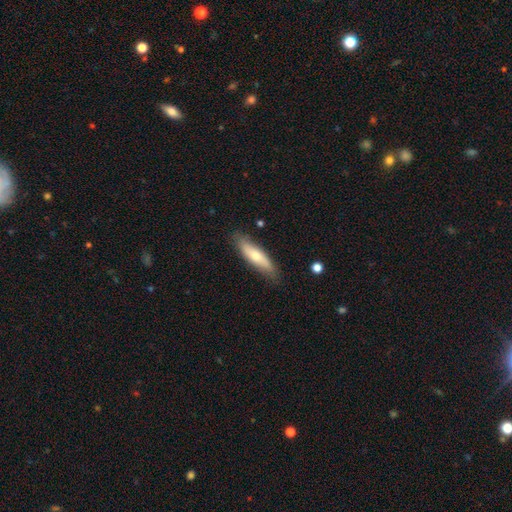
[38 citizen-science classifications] A smooth galaxy with no disk features (58%) that is cigar-shaped (55%).

Vote fractions:
- Smooth or featured? smooth: 58% / featured or disk: 42% / star or artifact: 0%
- How rounded? cigar-shaped: 55% / in between: 36% / round: 9%
- Merging? none: 89% / minor disturbance: 11% / major disturbance: 0% / merger: 0%